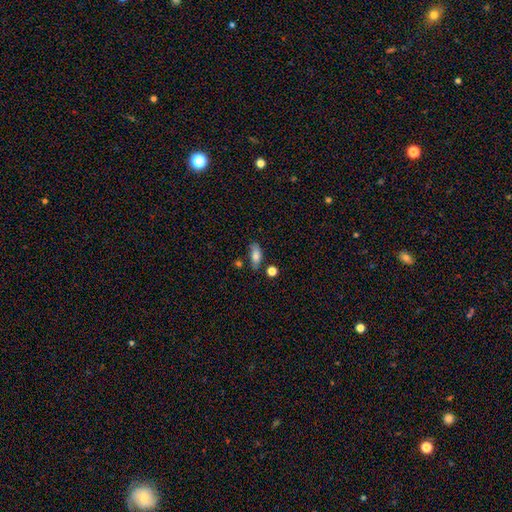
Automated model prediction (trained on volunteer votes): Q: Smooth or featured?
A: smooth (78%); runner-up: featured or disk (13%)
Q: How rounded?
A: in between (80%); runner-up: cigar-shaped (15%)
Q: Merging?
A: none (65%); runner-up: minor disturbance (22%)